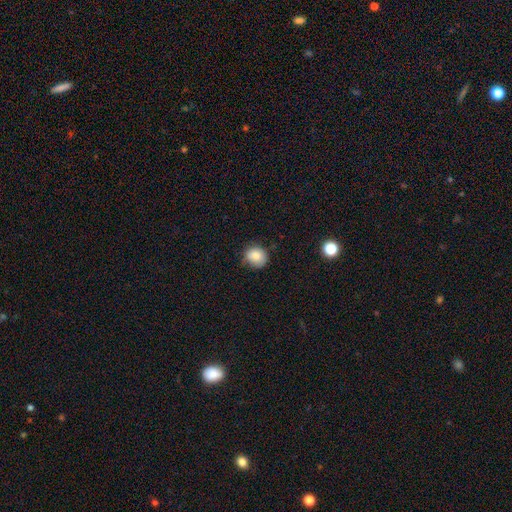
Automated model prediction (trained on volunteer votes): Q: Smooth or featured?
A: smooth (85%); runner-up: star or artifact (10%)
Q: How rounded?
A: round (78%); runner-up: in between (21%)
Q: Merging?
A: none (71%); runner-up: minor disturbance (23%)